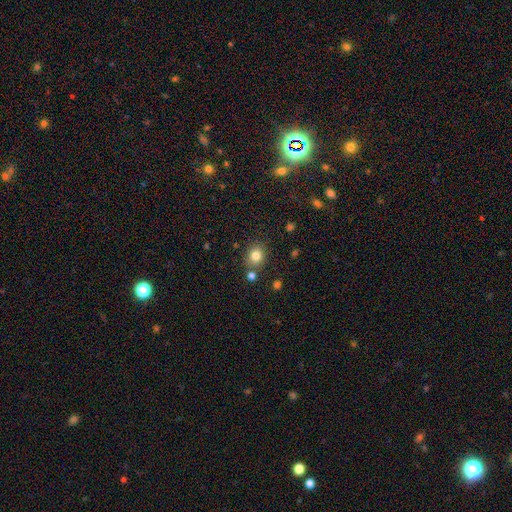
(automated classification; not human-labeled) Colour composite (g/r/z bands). It shows a smooth galaxy with no disk features (81%) that is round (71%). Merging: none (77%).